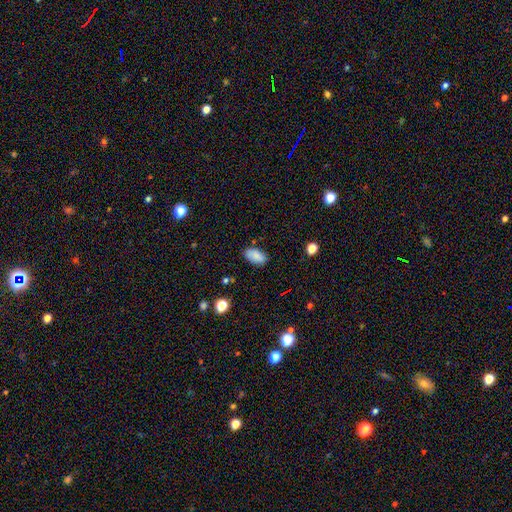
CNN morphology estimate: smooth-or-featured: smooth: 86% | star or artifact: 8% | featured or disk: 6%
  how-rounded: in between: 94% | round: 3% | cigar-shaped: 3%
  merging: none: 83% | minor disturbance: 13% | major disturbance: 3% | merger: 2%